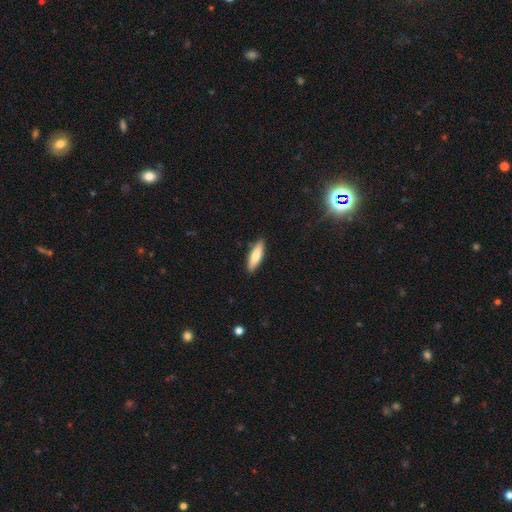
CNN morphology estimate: The model was most divided on "how rounded": cigar-shaped: 60%, in between: 38%, round: 2%. More confident: merging — none (88%); smooth or featured — smooth (75%).